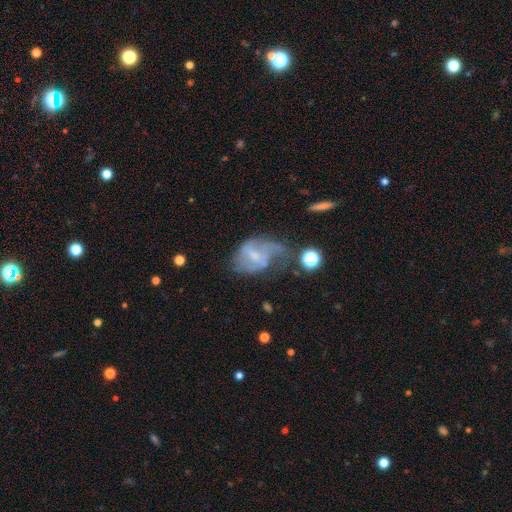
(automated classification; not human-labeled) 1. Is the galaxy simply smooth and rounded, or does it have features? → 66% featured or disk, 25% smooth, 9% star or artifact.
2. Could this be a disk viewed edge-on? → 97% no, 3% yes.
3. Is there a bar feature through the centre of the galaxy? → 52% weak, 33% no, 15% strong.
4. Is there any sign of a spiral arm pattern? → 71% yes, 29% no.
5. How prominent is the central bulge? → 48% small, 30% moderate, 19% none, 2% large, 1% dominant.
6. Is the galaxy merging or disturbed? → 39% major disturbance, 27% minor disturbance, 27% none, 7% merger.